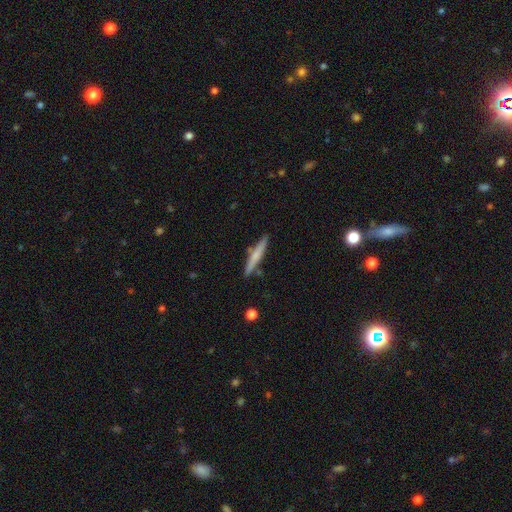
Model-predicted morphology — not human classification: smooth 53%, featured or disk 41%, star or artifact 6%. Down the decision tree: how rounded — cigar-shaped (94%); merging — none (84%).